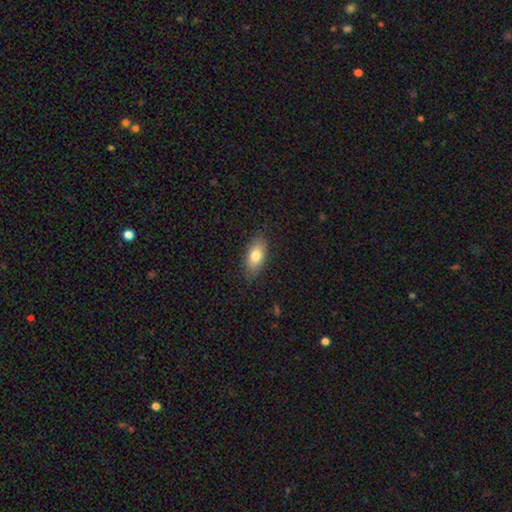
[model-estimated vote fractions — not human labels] smooth_or_featured: smooth (p=0.79) [alt: featured or disk p=0.13]
how_rounded: in between (p=0.88) [alt: cigar-shaped p=0.07]
merging: none (p=0.85) [alt: minor disturbance p=0.11]